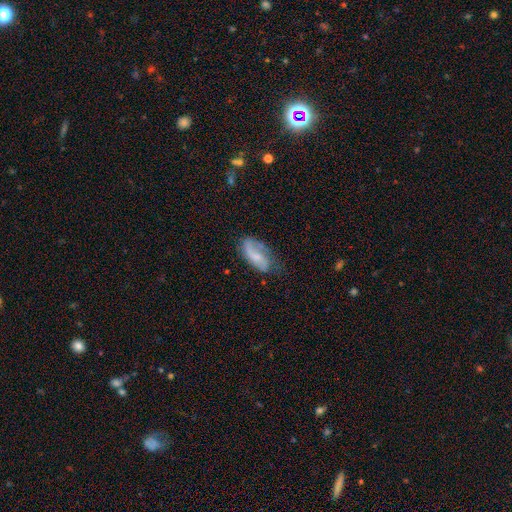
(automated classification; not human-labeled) Smooth or featured? Predicted: featured or disk (p=0.58). Edge-on disk? Predicted: no (p=0.94). Bar? Predicted: no (p=0.53). Spiral arms? Predicted: yes (p=0.87). Bulge size? Predicted: small (p=0.47). Merging? Predicted: none (p=0.54).